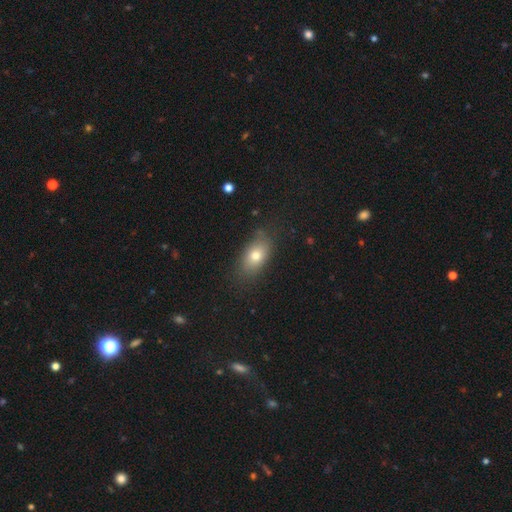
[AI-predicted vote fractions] Morphology: type=smooth (74%); roundness=in between (84%); merging=none (77%).